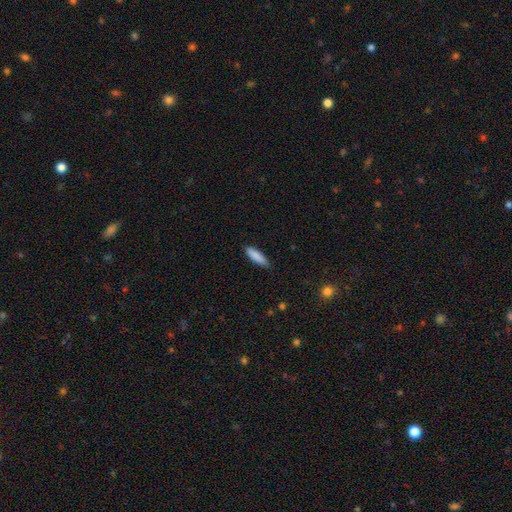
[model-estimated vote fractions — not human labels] This is clearly a smooth galaxy (87%). How rounded: likely cigar-shaped (60%). Merging: clearly none (82%).